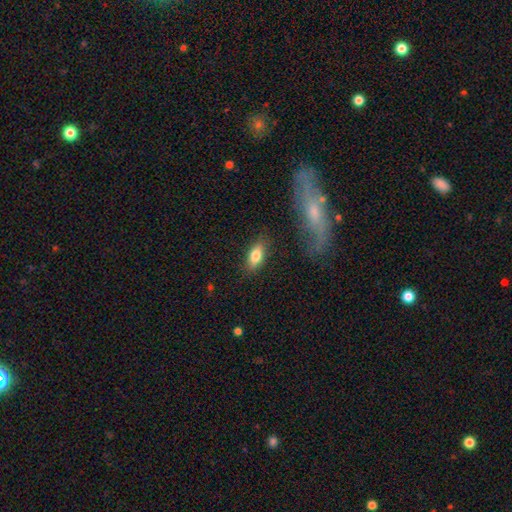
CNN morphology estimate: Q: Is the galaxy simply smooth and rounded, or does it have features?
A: smooth — 79%.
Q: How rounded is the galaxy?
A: in between — 83%.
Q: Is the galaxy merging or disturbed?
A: none — 84%.